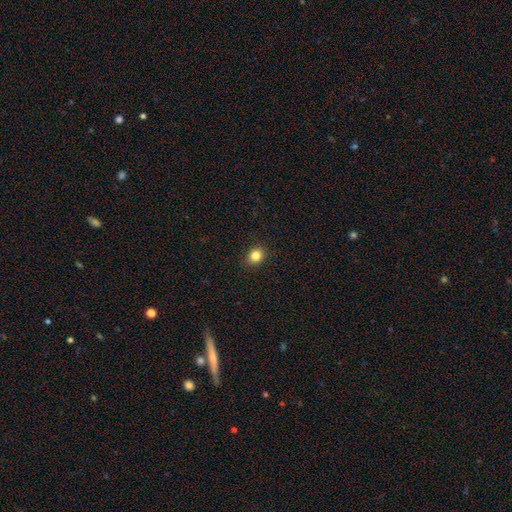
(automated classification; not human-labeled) A smooth galaxy with no disk features (83%) that is round (72%). Merging: none (90%).